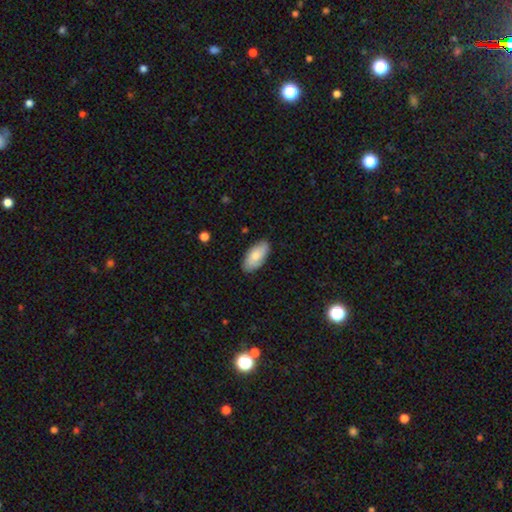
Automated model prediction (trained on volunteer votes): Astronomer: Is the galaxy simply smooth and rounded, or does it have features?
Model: smooth — 78%.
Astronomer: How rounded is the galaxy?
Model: in between — 92%.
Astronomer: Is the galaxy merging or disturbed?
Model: none — 85%.